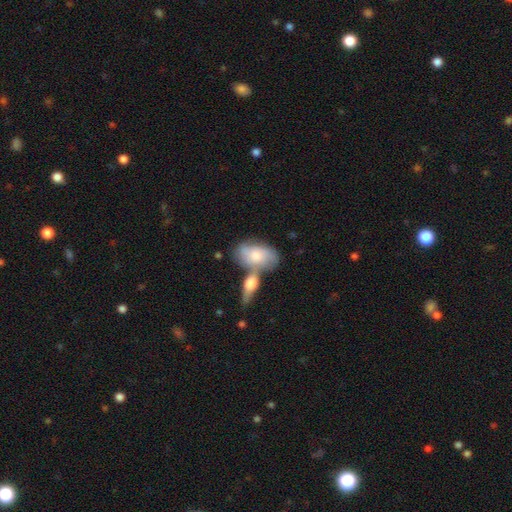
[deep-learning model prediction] Smooth or featured?
  - smooth: 57% *
  - featured or disk: 37%
  - star or artifact: 6%
How rounded?
  - in between: 90% *
  - round: 7%
  - cigar-shaped: 3%
Merging?
  - merger: 49% *
  - none: 30%
  - minor disturbance: 15%
  - major disturbance: 7%